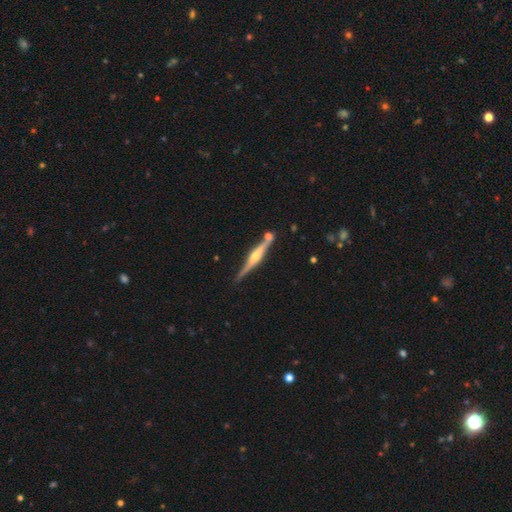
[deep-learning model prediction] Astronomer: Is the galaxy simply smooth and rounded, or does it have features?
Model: featured or disk — 79%.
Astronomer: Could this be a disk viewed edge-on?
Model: yes — 98%.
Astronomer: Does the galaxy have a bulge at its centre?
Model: rounded — 87%.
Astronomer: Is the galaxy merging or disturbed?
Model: none — 80%.